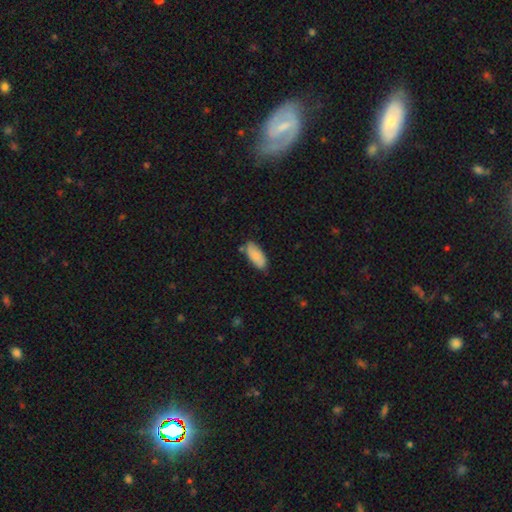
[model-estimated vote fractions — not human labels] A smooth galaxy with no disk features (87%) that is in between round and cigar-shaped (86%).

Vote fractions:
- Smooth or featured? smooth: 87% / featured or disk: 7% / star or artifact: 6%
- How rounded? in between: 86% / cigar-shaped: 12% / round: 2%
- Merging? none: 77% / minor disturbance: 17% / merger: 3% / major disturbance: 3%